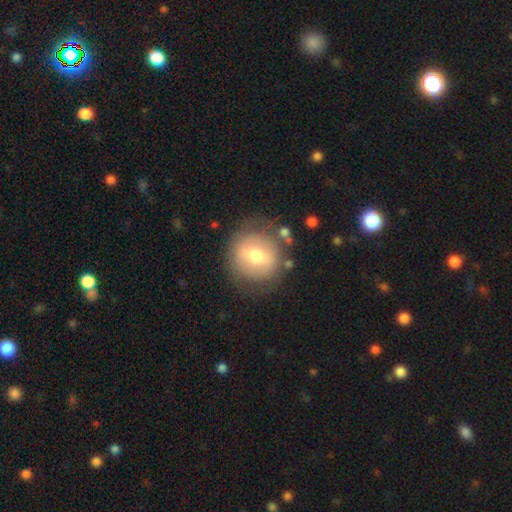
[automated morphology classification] Q: Smooth or featured?
A: smooth (54%); runner-up: featured or disk (38%)
Q: How rounded?
A: round (89%); runner-up: in between (10%)
Q: Merging?
A: none (76%); runner-up: minor disturbance (14%)